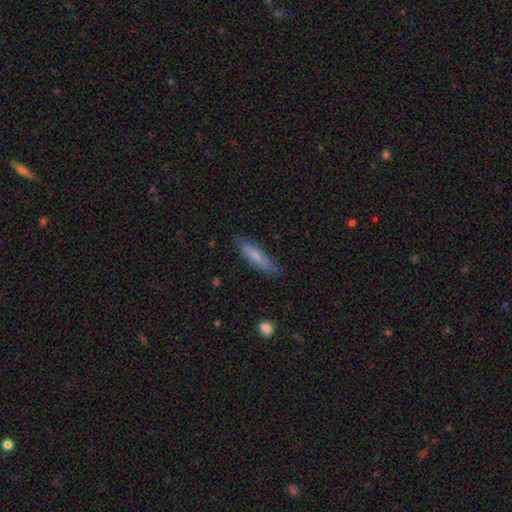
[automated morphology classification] Overall: smooth (67%). How rounded: cigar-shaped (80%). Merging: none (81%).